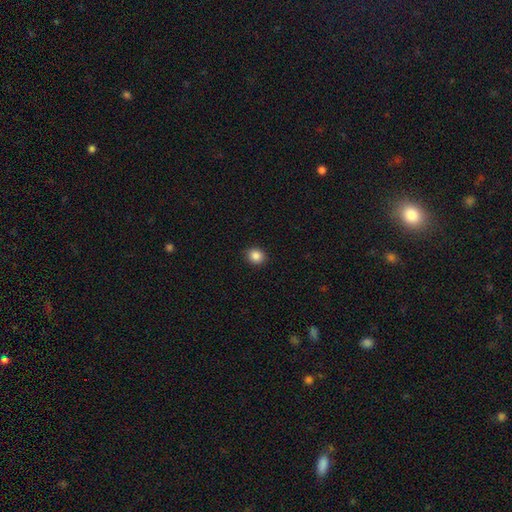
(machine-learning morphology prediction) Smooth or featured? smooth (87%)
How rounded? round (77%)
Merging? none (91%)